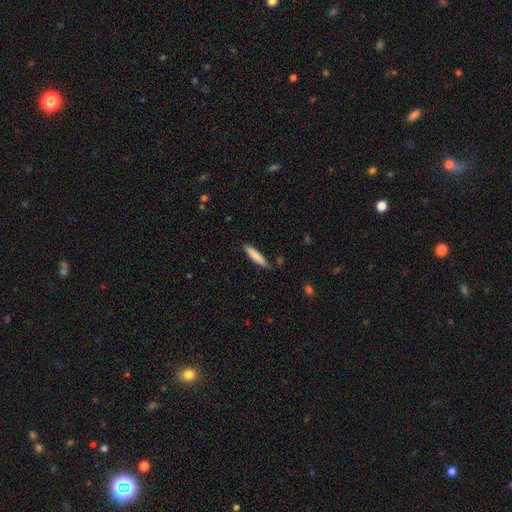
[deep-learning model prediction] Q: Smooth or featured?
A: smooth (84%); runner-up: featured or disk (11%)
Q: How rounded?
A: cigar-shaped (85%); runner-up: in between (14%)
Q: Merging?
A: none (84%); runner-up: minor disturbance (12%)